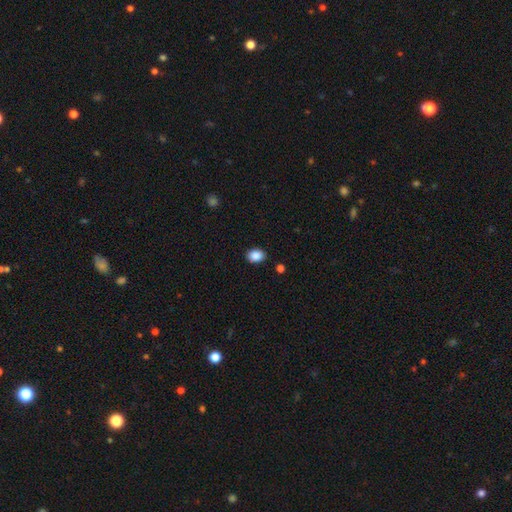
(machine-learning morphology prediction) smooth 88%, star or artifact 8%, featured or disk 3%. Down the decision tree: how rounded — in between (71%); merging — none (86%).